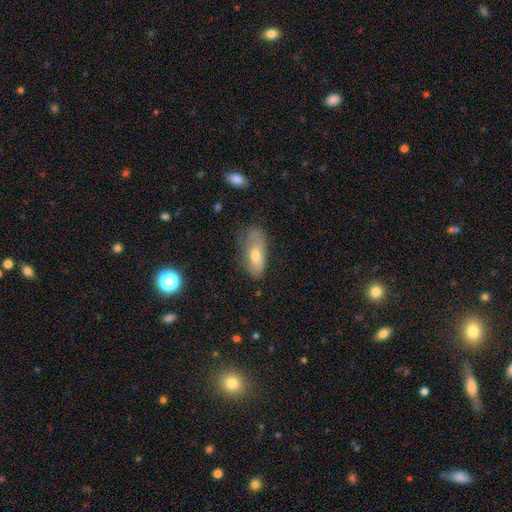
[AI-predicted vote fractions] Smooth or featured: smooth — 63% (featured or disk — 28%)
How rounded: in between — 80% (cigar-shaped — 16%)
Merging: none — 51% (minor disturbance — 32%)